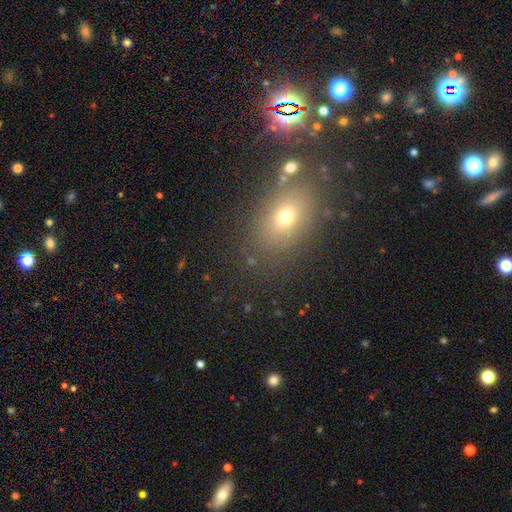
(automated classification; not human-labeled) Morphology: type=smooth (49%); merging=none (81%).